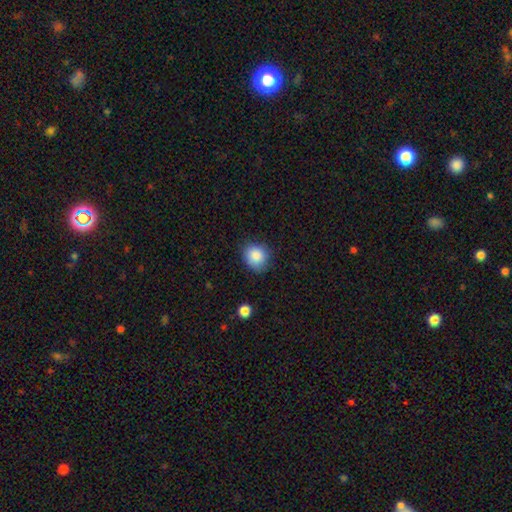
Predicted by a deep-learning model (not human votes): Q: Smooth or featured?
A: smooth (87%); runner-up: star or artifact (8%)
Q: How rounded?
A: round (76%); runner-up: in between (23%)
Q: Merging?
A: none (78%); runner-up: minor disturbance (17%)